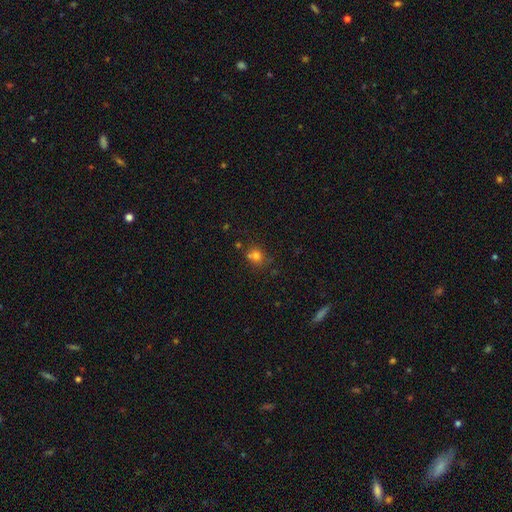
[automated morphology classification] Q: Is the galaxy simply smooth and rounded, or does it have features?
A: smooth — 73%.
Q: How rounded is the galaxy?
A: round — 78%.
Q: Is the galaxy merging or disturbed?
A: none — 57%.